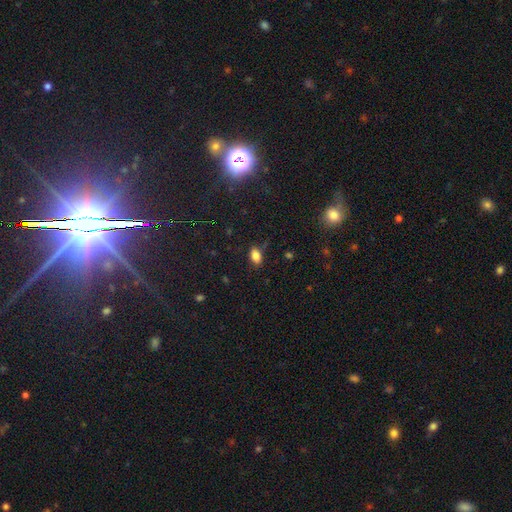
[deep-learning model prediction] The model was most divided on "merging": none: 79%, minor disturbance: 16%, major disturbance: 4%, merger: 2%. More confident: how rounded — in between (89%); smooth or featured — smooth (82%).